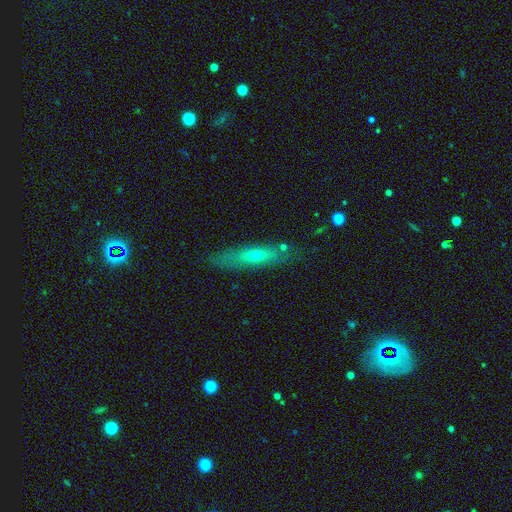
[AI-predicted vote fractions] A smooth galaxy with no disk features (48%). Merging: none (77%).